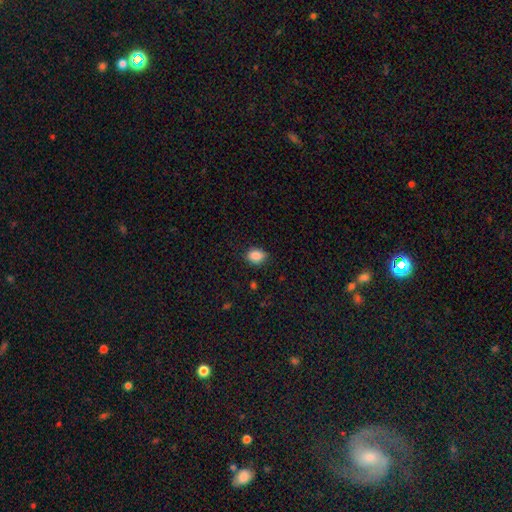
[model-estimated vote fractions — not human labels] This appears to be a smooth galaxy with no disk features (87%) that is in between round and cigar-shaped (55%). Merging: none (81%).